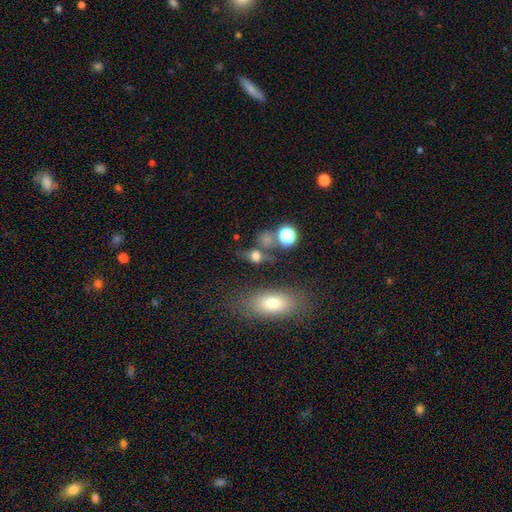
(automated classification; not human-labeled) Overall: smooth (66%). How rounded: round (48%; in between 46%). Merging: none (52%; merger 21%).